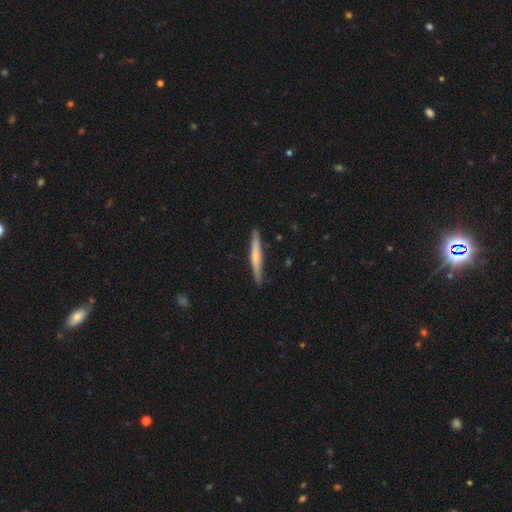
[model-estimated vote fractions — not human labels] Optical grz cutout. It shows a smooth galaxy with no disk features (51%) that is cigar-shaped (96%). Merging: none (88%).